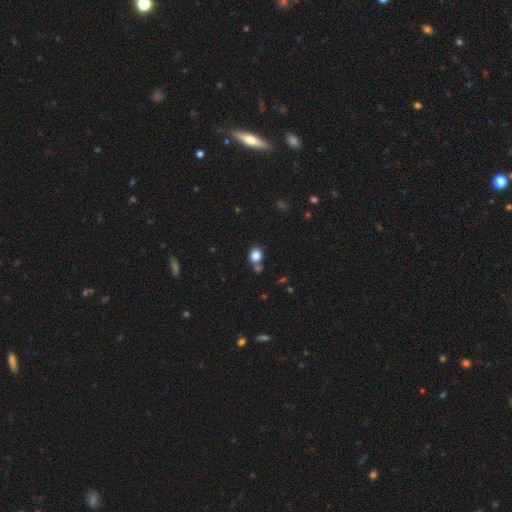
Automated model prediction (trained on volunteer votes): smooth_or_featured: smooth (p=0.84) [alt: star or artifact p=0.11]
how_rounded: round (p=0.72) [alt: in between p=0.27]
merging: none (p=0.64) [alt: merger p=0.20]